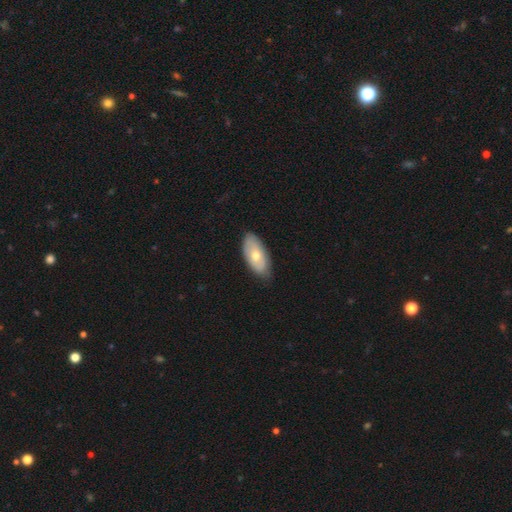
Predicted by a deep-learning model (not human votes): The model was most divided on "smooth or featured": smooth: 62%, featured or disk: 32%, star or artifact: 6%. More confident: how rounded — in between (92%); merging — none (80%).